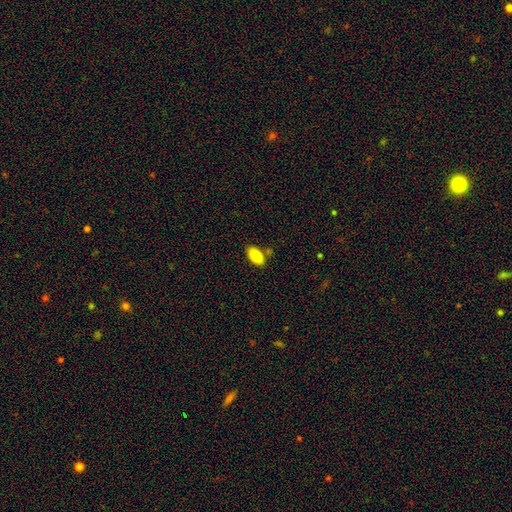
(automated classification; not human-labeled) smooth-or-featured: smooth: 84% | featured or disk: 9% | star or artifact: 7%
  how-rounded: in between: 94% | round: 4% | cigar-shaped: 3%
  merging: none: 79% | minor disturbance: 12% | merger: 7% | major disturbance: 2%